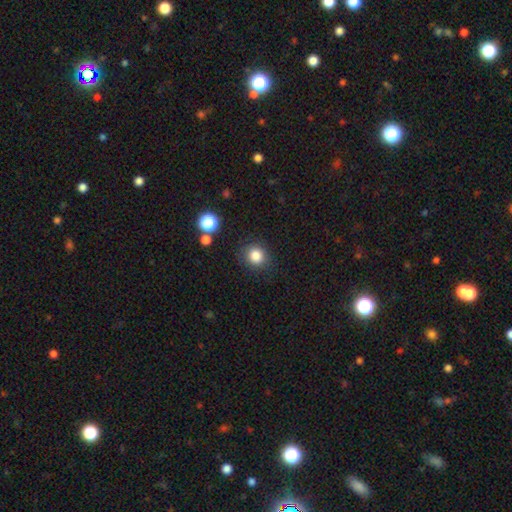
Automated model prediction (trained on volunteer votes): smooth_or_featured: smooth (p=0.84) [alt: star or artifact p=0.12]
how_rounded: round (p=0.85) [alt: in between p=0.14]
merging: none (p=0.85) [alt: minor disturbance p=0.09]